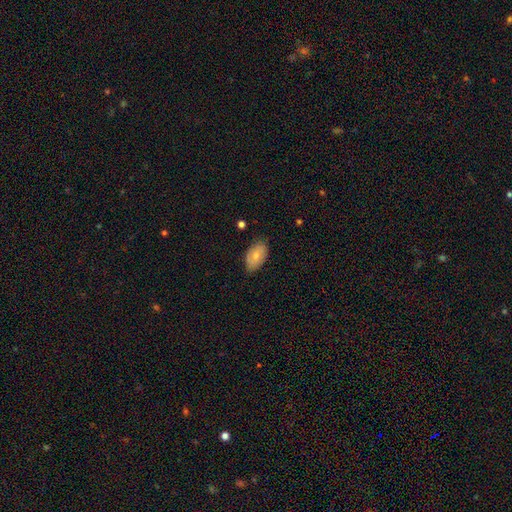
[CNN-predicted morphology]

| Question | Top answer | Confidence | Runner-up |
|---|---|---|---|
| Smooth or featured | smooth | 73% | featured or disk (21%) |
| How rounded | in between | 93% | round (6%) |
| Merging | none | 78% | minor disturbance (18%) |